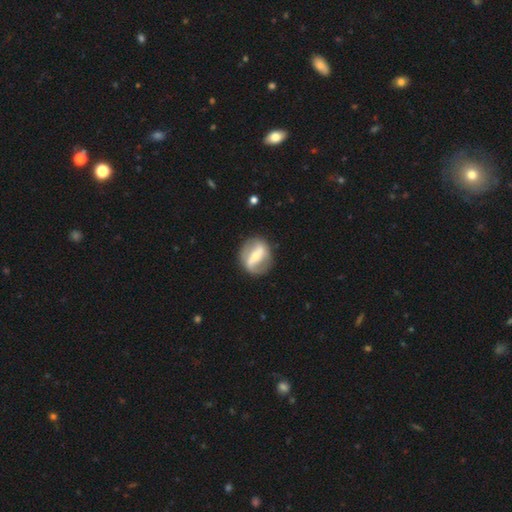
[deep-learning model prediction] This appears to be a featured or disk galaxy (70%) with a strong bar (74%), spiral arms (53%) and a small central bulge (45%). Merging: none (81%).